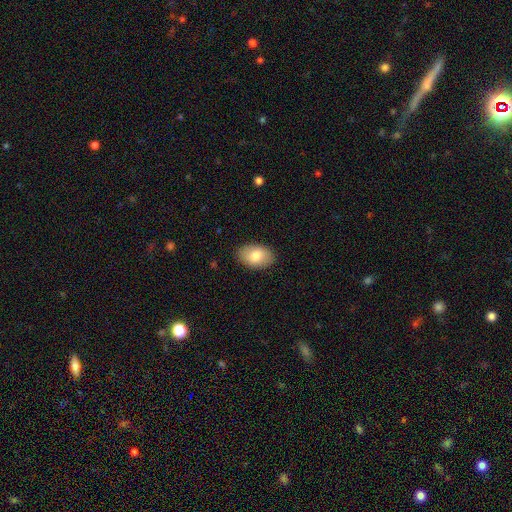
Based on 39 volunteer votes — A smooth galaxy with no disk features (77%) that is in between round and cigar-shaped (83%). Merging: none (86%).